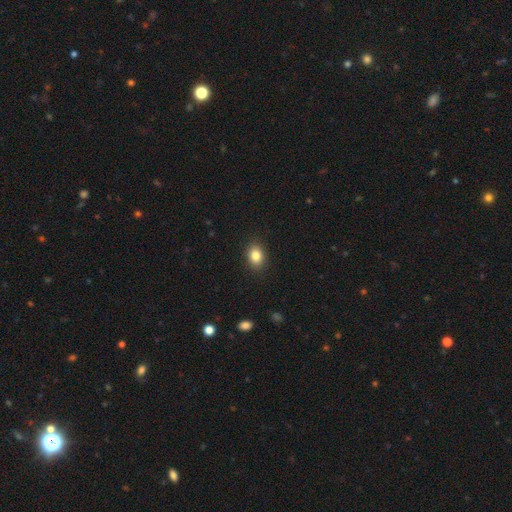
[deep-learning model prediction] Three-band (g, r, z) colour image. It shows a smooth galaxy with no disk features (84%) that is in between round and cigar-shaped (68%). Merging: none (88%).